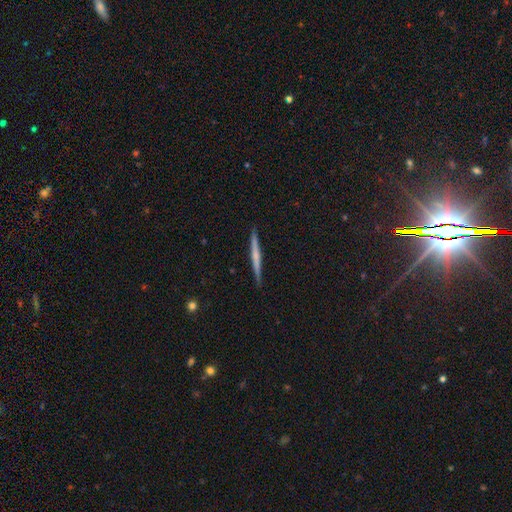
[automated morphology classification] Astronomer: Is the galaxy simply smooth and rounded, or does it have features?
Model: featured or disk — 53% (runner-up: smooth, 41%).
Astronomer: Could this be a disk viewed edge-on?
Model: yes — 98%.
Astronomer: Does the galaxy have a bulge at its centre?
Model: none — 59%.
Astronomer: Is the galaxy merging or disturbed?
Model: none — 91%.